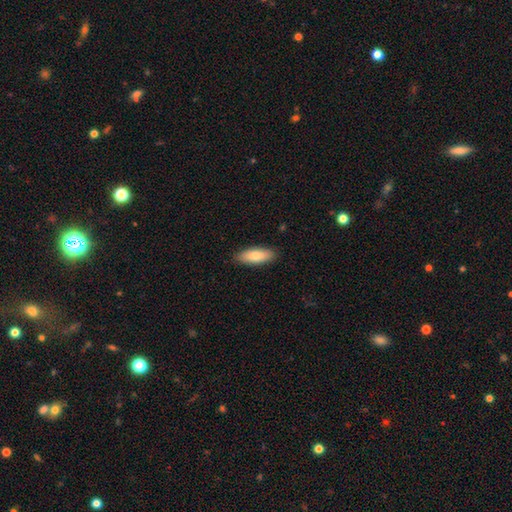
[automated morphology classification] Overall: smooth (78%). How rounded: in between (71%). Merging: none (88%).